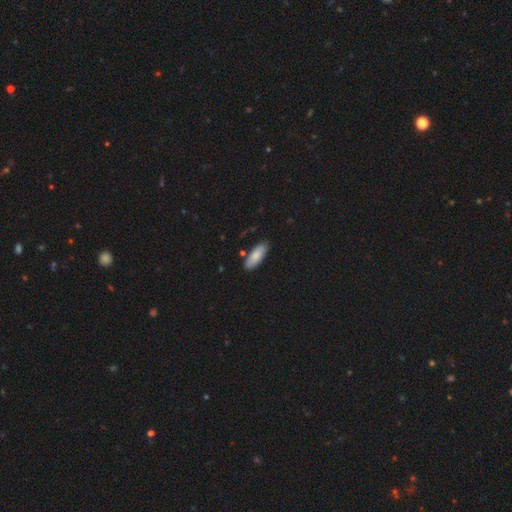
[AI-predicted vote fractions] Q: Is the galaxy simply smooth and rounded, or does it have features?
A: smooth — 82%.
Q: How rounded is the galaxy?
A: in between — 72%.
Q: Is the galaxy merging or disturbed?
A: none — 84%.